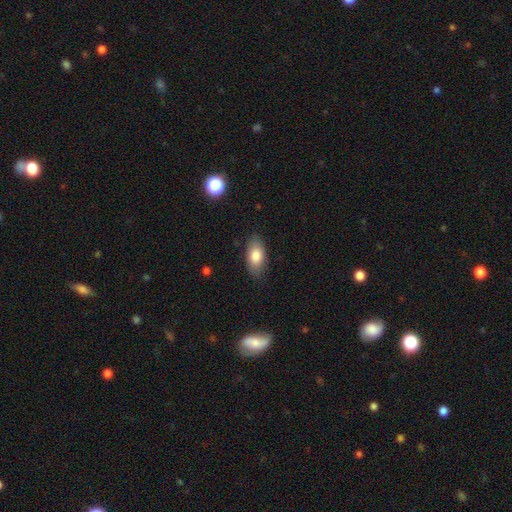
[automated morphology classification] type=smooth (81%); roundness=in between (91%); merging=none (84%).